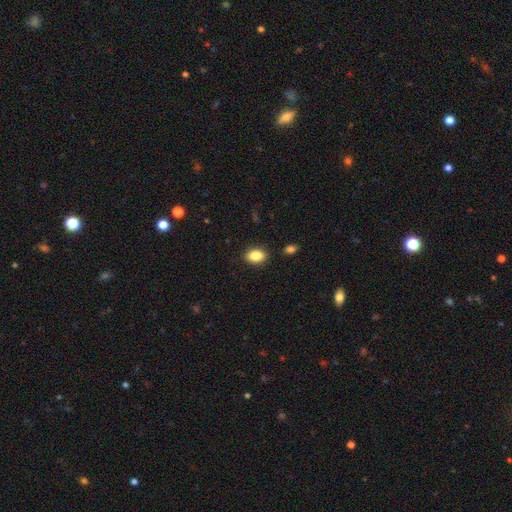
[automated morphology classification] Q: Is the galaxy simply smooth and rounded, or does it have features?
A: smooth — 87%.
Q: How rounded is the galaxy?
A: in between — 82%.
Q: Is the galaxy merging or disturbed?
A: none — 87%.